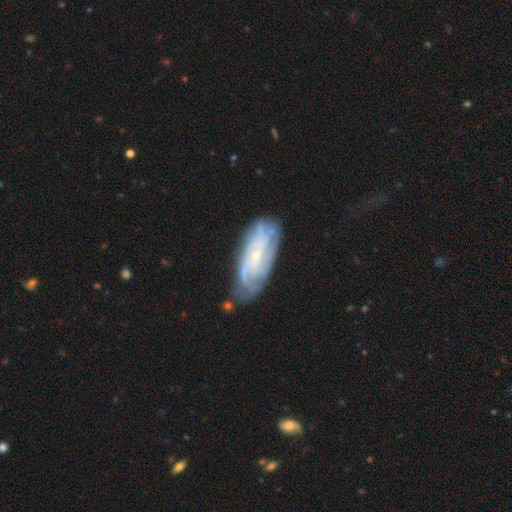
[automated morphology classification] Smooth or featured: featured or disk — 78% (smooth — 15%)
Edge-on disk: no — 91% (yes — 9%)
Bar: no — 59% (weak — 32%)
Spiral arms: yes — 93% (no — 7%)
Spiral winding: tight — 60% (medium — 31%)
Spiral arm count: can't tell — 41% (4 — 18%)
Bulge size: small — 77% (moderate — 17%)
Merging: none — 73% (minor disturbance — 19%)